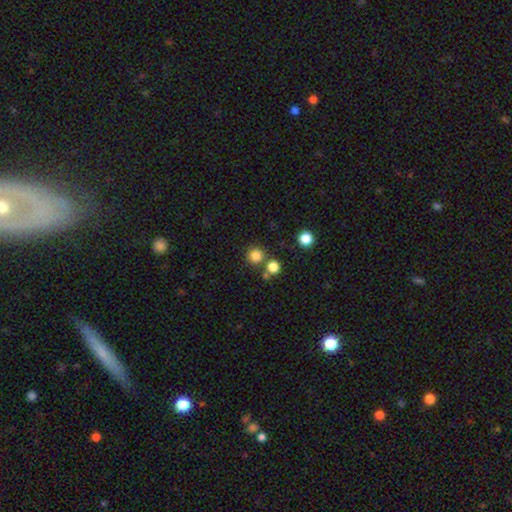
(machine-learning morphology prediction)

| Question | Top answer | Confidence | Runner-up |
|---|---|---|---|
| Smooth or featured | smooth | 81% | star or artifact (14%) |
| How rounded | round | 95% | in between (4%) |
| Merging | none | 78% | merger (13%) |